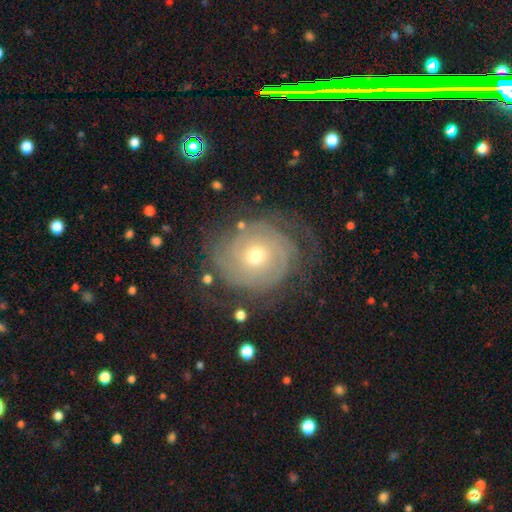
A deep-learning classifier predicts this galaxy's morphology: Smooth or featured? featured or disk (81%)
Edge-on disk? no (97%)
Bar? no (80%)
Spiral arms? yes (94%)
Spiral winding? tight (74%)
Spiral arm count? can't tell (33%)
Bulge size? moderate (53%)
Merging? none (68%)